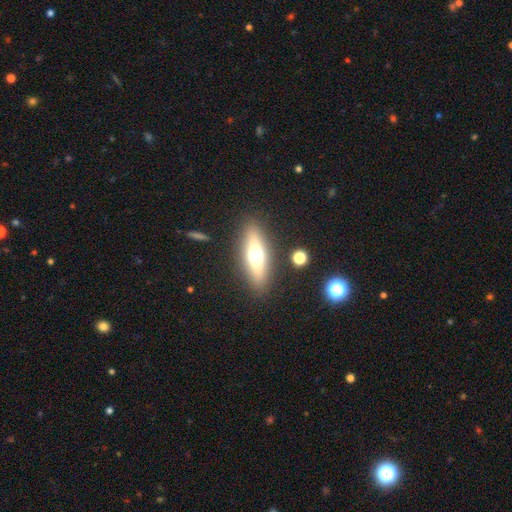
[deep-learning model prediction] smooth-or-featured: smooth: 46% | featured or disk: 43% | star or artifact: 10%
  merging: none: 87% | minor disturbance: 8% | major disturbance: 3% | merger: 2%